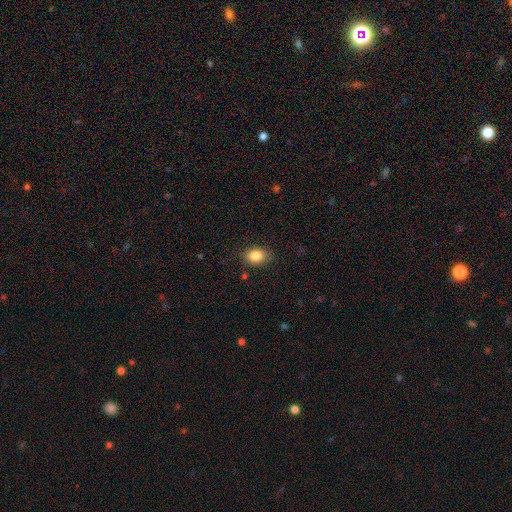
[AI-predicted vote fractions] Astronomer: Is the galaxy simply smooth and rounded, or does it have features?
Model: smooth — 86%.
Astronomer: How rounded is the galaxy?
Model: in between — 67%.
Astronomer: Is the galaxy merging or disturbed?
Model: none — 82%.